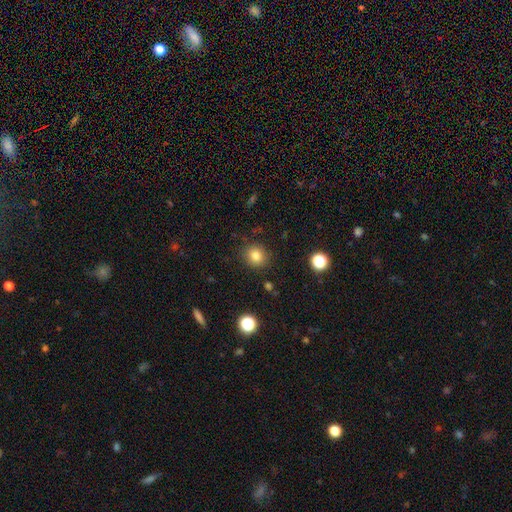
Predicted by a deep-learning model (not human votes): The model was most divided on "smooth or featured": smooth: 81%, star or artifact: 12%, featured or disk: 7%. More confident: merging — none (88%); how rounded — round (85%).